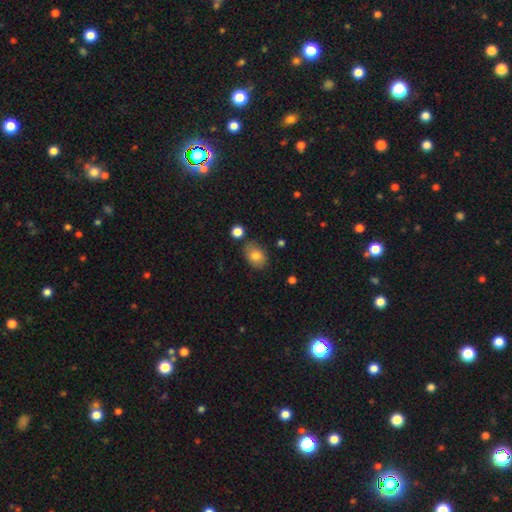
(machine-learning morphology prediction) This appears to be a smooth galaxy with no disk features (81%) that is in between round and cigar-shaped (77%). Merging: none (75%).